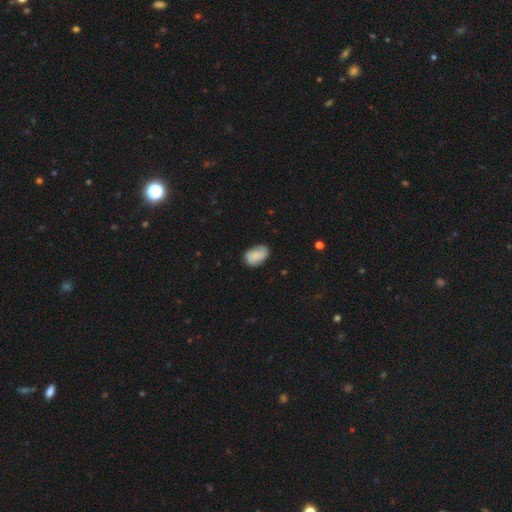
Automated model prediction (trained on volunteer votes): This is likely a smooth galaxy (69%). How rounded: clearly in between (85%). Merging: likely none (68%).